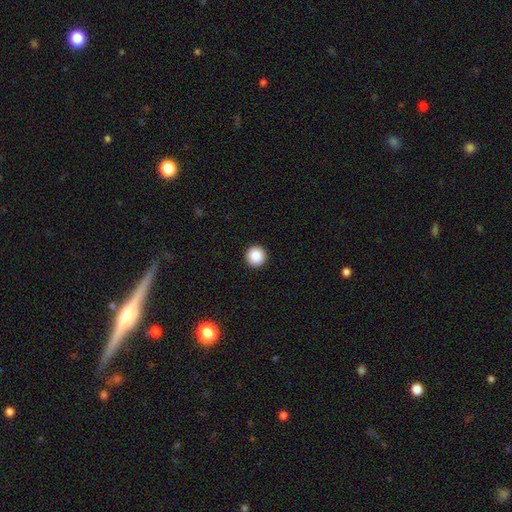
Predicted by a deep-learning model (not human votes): The model was most divided on "smooth or featured": smooth: 88%, star or artifact: 9%, featured or disk: 4%. More confident: how rounded — round (97%); merging — none (94%).